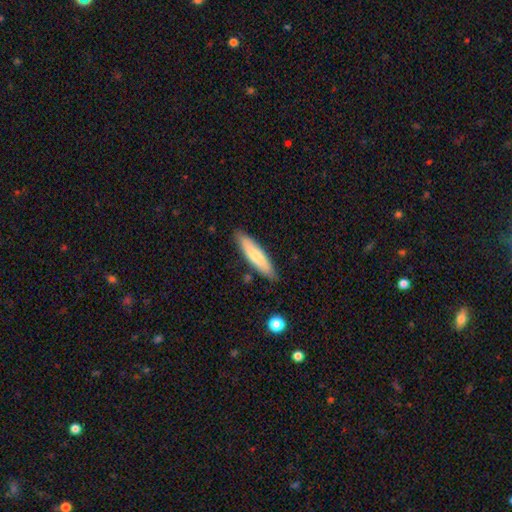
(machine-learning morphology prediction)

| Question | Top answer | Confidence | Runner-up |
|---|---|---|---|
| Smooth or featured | smooth | 72% | featured or disk (23%) |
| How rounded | cigar-shaped | 75% | in between (24%) |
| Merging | none | 85% | minor disturbance (11%) |